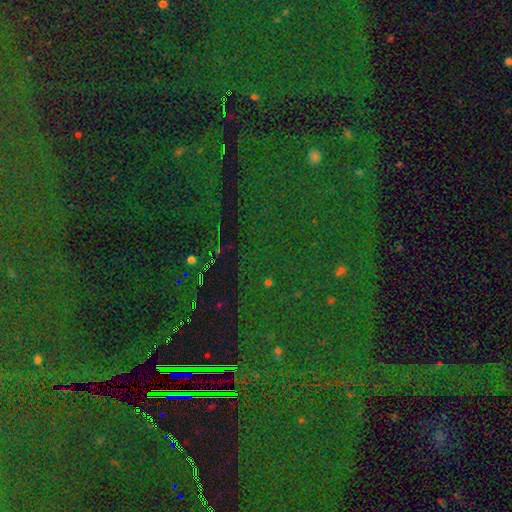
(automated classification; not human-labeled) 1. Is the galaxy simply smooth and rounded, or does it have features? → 86% star or artifact, 7% featured or disk, 7% smooth.